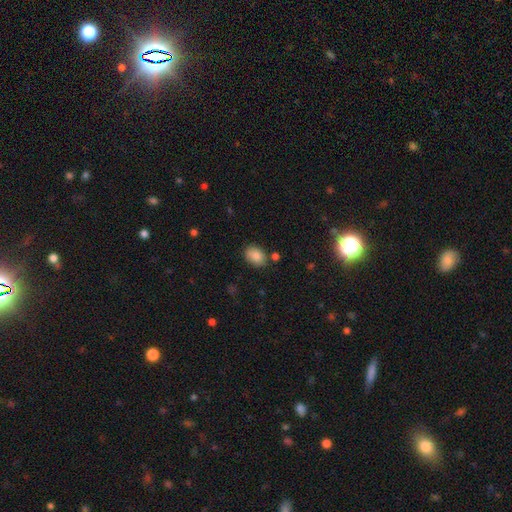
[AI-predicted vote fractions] smooth-or-featured: smooth: 86% | star or artifact: 8% | featured or disk: 5%
  how-rounded: in between: 74% | round: 25% | cigar-shaped: 1%
  merging: none: 80% | minor disturbance: 13% | merger: 5% | major disturbance: 3%